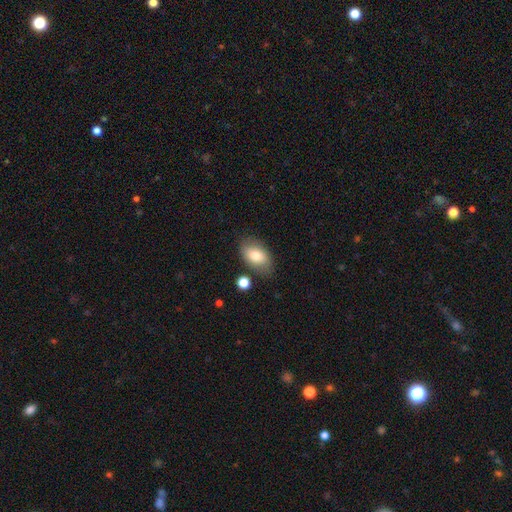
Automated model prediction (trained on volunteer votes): Q: Smooth or featured?
A: smooth (79%); runner-up: featured or disk (14%)
Q: How rounded?
A: in between (91%); runner-up: round (7%)
Q: Merging?
A: none (76%); runner-up: minor disturbance (15%)